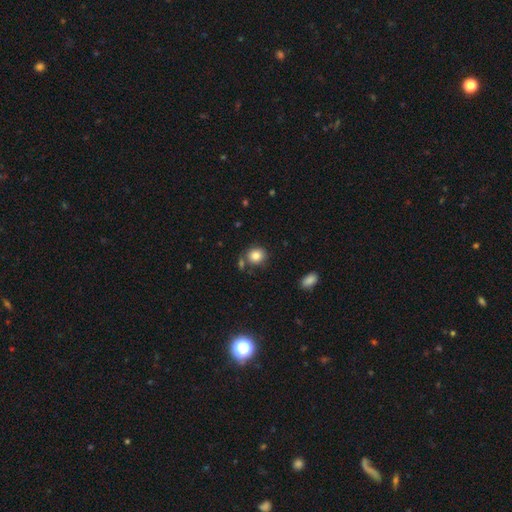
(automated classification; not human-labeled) A smooth galaxy with no disk features (83%) that is round (79%). Merging: none (74%).